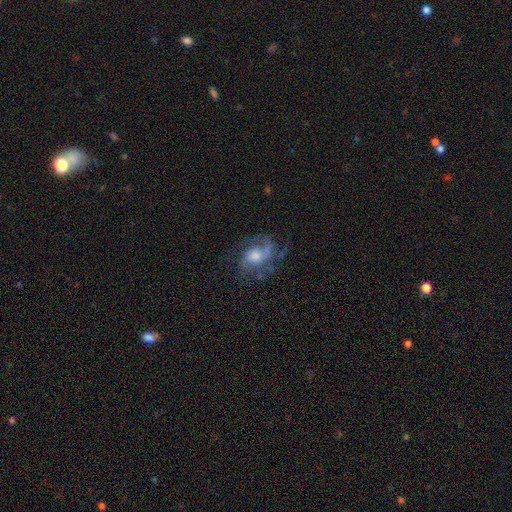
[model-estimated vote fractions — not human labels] This is clearly a featured or disk galaxy (80%). It is clearly not viewed edge-on (97%). Bar: likely no (66%). Spiral arm pattern: clearly yes (94%). Spiral arm count: possibly 2 (49%). Spiral winding: possibly medium (50%). Central bulge: possibly moderate (52%). Merging: likely none (62%).